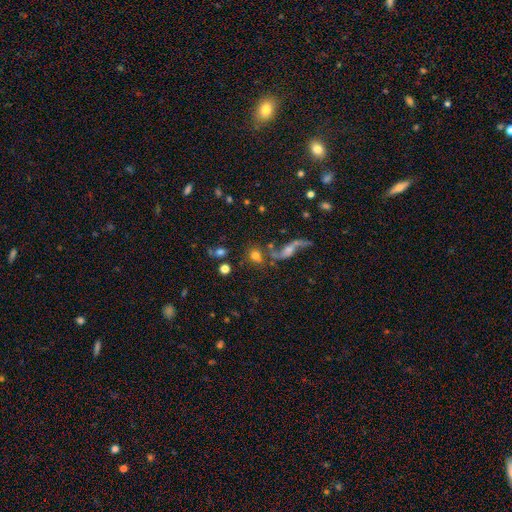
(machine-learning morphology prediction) Smooth or featured?
  - smooth: 67% *
  - featured or disk: 20%
  - star or artifact: 14%
How rounded?
  - round: 61% *
  - in between: 35%
  - cigar-shaped: 4%
Merging?
  - none: 57% *
  - merger: 21%
  - minor disturbance: 13%
  - major disturbance: 9%